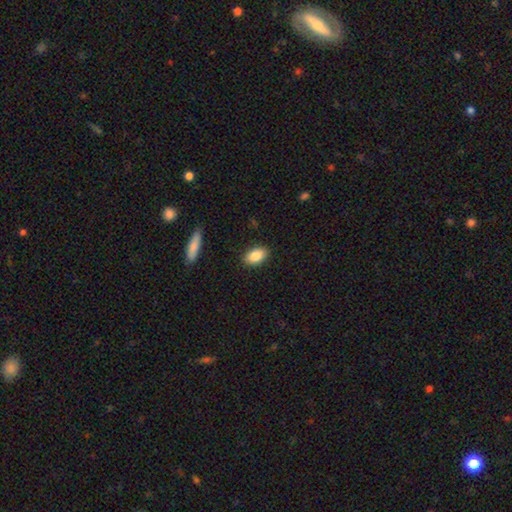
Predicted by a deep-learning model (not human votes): This is clearly a smooth galaxy (87%). How rounded: clearly in between (91%). Merging: clearly none (88%).